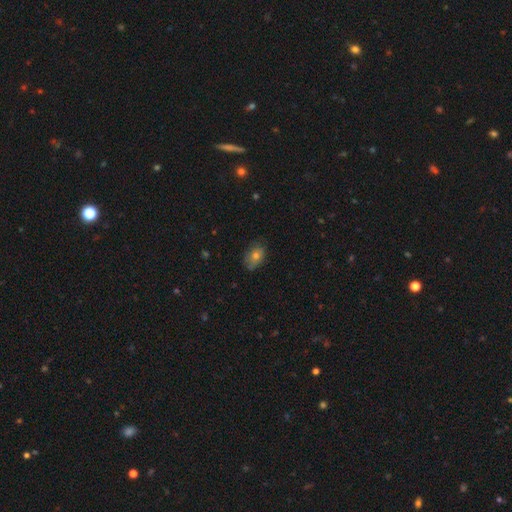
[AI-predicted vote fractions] Smooth or featured? Predicted: smooth (p=0.65). How rounded? Predicted: in between (p=0.79). Merging? Predicted: none (p=0.69).